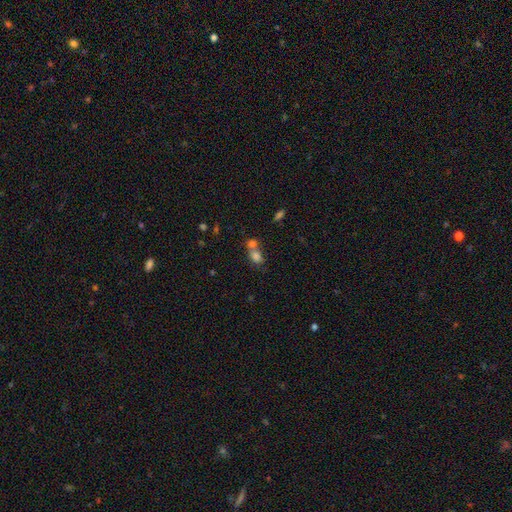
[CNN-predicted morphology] Smooth or featured? smooth (76%)
How rounded? in between (63%)
Merging? merger (60%)